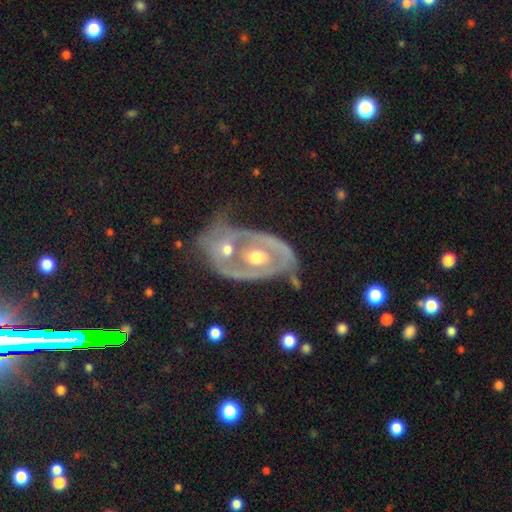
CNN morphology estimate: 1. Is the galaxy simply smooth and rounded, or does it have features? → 80% featured or disk, 12% smooth, 8% star or artifact.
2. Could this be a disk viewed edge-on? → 95% no, 5% yes.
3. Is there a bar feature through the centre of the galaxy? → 66% no, 23% weak, 11% strong.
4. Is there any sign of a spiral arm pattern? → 67% yes, 33% no.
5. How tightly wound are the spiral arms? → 45% tight, 38% medium, 16% loose.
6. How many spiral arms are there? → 63% 2, 17% can't tell, 12% 1, 3% 3, 2% 4, 2% more than 4.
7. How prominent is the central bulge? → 72% moderate, 20% small, 5% large, 1% none, 1% dominant.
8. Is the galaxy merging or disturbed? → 43% none, 27% merger, 17% minor disturbance, 12% major disturbance.